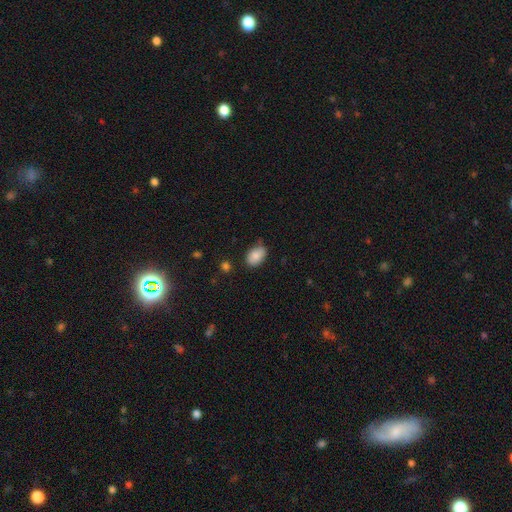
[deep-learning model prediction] A smooth galaxy with no disk features (84%) that is in between round and cigar-shaped (87%).

Vote fractions:
- Smooth or featured? smooth: 84% / featured or disk: 9% / star or artifact: 7%
- How rounded? in between: 87% / round: 11% / cigar-shaped: 1%
- Merging? none: 75% / minor disturbance: 20% / major disturbance: 3% / merger: 3%